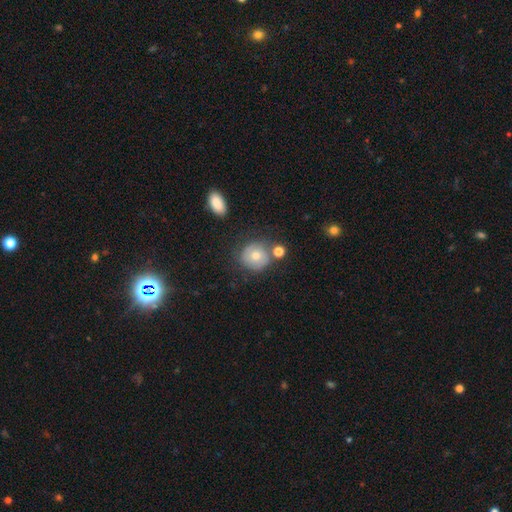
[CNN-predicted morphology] The model was most divided on "smooth or featured": smooth: 65%, featured or disk: 25%, star or artifact: 9%. More confident: how rounded — round (86%); merging — none (66%).